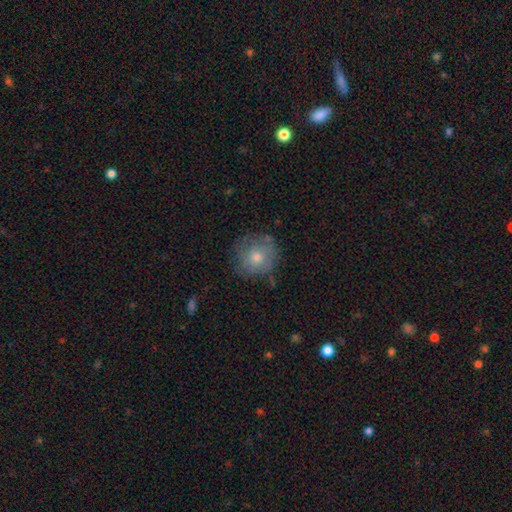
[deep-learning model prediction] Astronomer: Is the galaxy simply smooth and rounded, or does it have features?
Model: smooth — 60%.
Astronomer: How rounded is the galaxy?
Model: round — 88%.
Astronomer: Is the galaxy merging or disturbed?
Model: none — 73%.